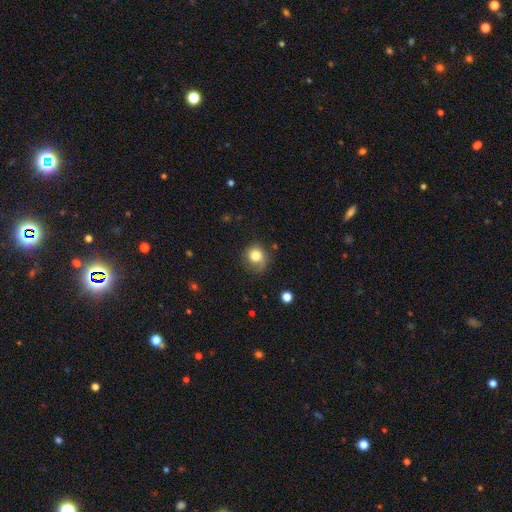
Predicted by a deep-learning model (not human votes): Morphology: type=smooth (81%); roundness=round (82%); merging=none (66%).